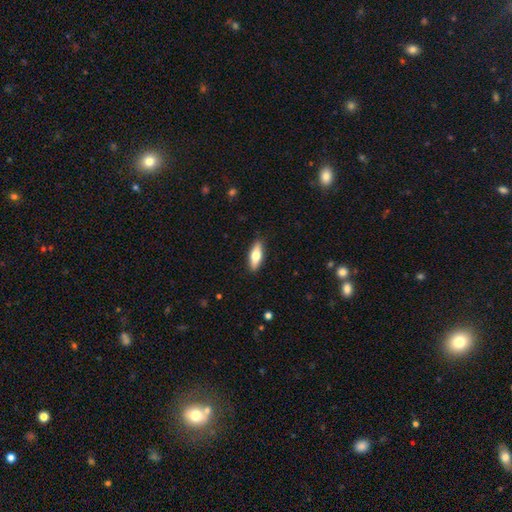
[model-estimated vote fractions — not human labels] This appears to be a smooth galaxy with no disk features (65%) that is in between round and cigar-shaped (58%). Merging: none (90%).